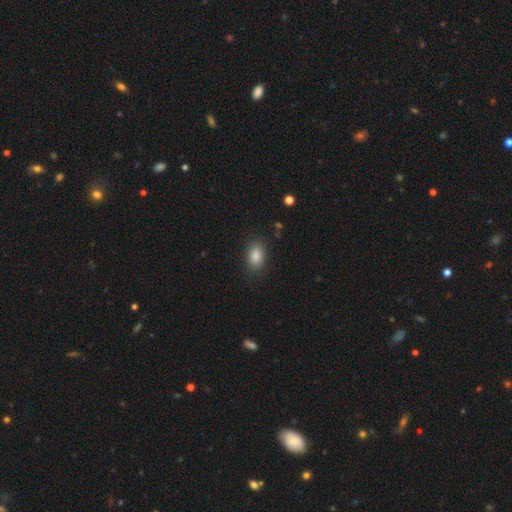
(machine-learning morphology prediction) Overall: smooth (83%). How rounded: in between (86%). Merging: none (87%).